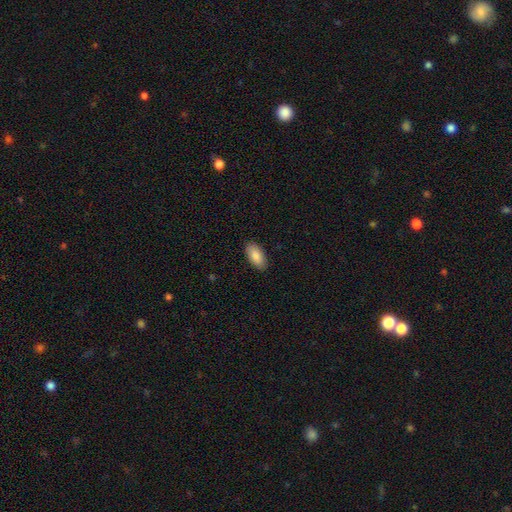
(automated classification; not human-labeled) A smooth galaxy with no disk features (87%) that is in between round and cigar-shaped (92%).

Vote fractions:
- Smooth or featured? smooth: 87% / featured or disk: 7% / star or artifact: 6%
- How rounded? in between: 92% / cigar-shaped: 6% / round: 2%
- Merging? none: 89% / minor disturbance: 8% / major disturbance: 2% / merger: 1%